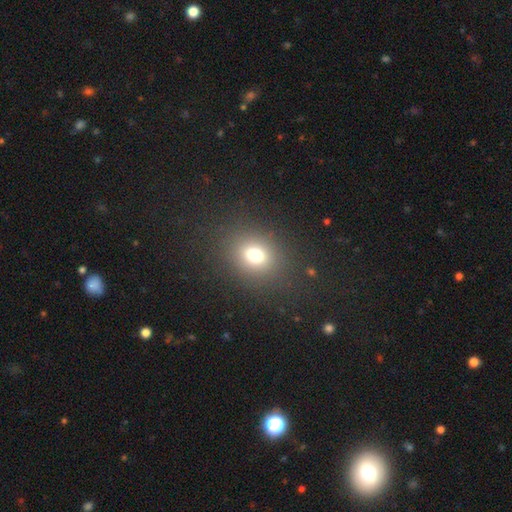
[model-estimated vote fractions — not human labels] This is likely a smooth galaxy (73%). How rounded: possibly round (59%). Merging: clearly none (86%).